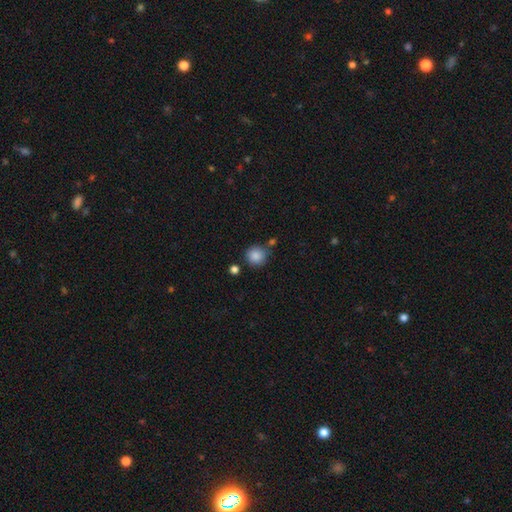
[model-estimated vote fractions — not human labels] Smooth or featured? Predicted: smooth (p=0.87). How rounded? Predicted: round (p=0.92). Merging? Predicted: none (p=0.78).